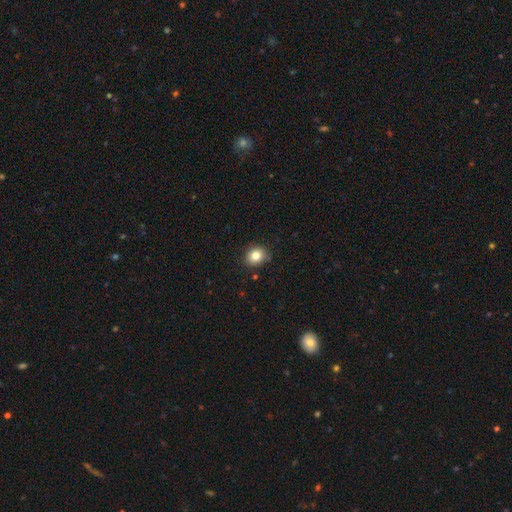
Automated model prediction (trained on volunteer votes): Smooth or featured? Predicted: smooth (p=0.82). How rounded? Predicted: round (p=0.65). Merging? Predicted: none (p=0.86).